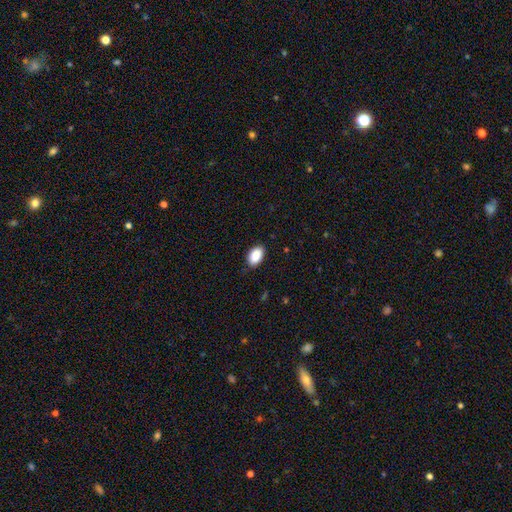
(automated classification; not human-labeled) Morphology: type=smooth (90%); roundness=in between (93%); merging=none (86%).